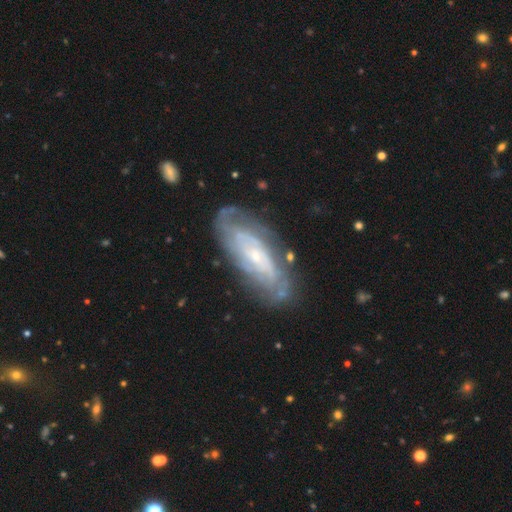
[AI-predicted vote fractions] Q: Smooth or featured?
A: featured or disk (80%); runner-up: smooth (14%)
Q: Edge-on disk?
A: no (88%); runner-up: yes (12%)
Q: Bar?
A: no (67%); runner-up: weak (26%)
Q: Spiral arms?
A: yes (89%); runner-up: no (11%)
Q: Spiral winding?
A: tight (65%); runner-up: medium (26%)
Q: Spiral arm count?
A: can't tell (52%); runner-up: 2 (22%)
Q: Bulge size?
A: small (75%); runner-up: moderate (20%)
Q: Merging?
A: none (73%); runner-up: minor disturbance (18%)